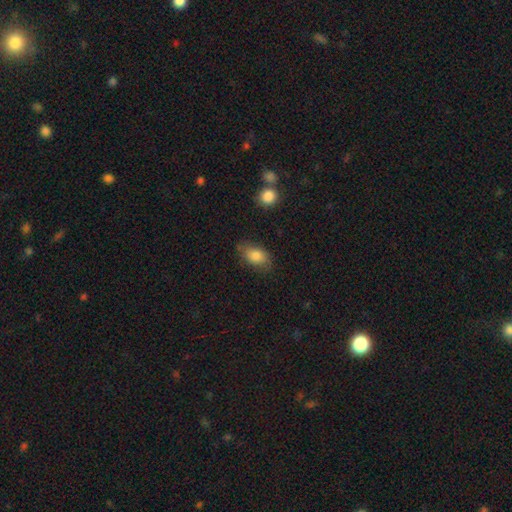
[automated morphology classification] Smooth or featured? Predicted: smooth (p=0.82). How rounded? Predicted: in between (p=0.89). Merging? Predicted: none (p=0.73).